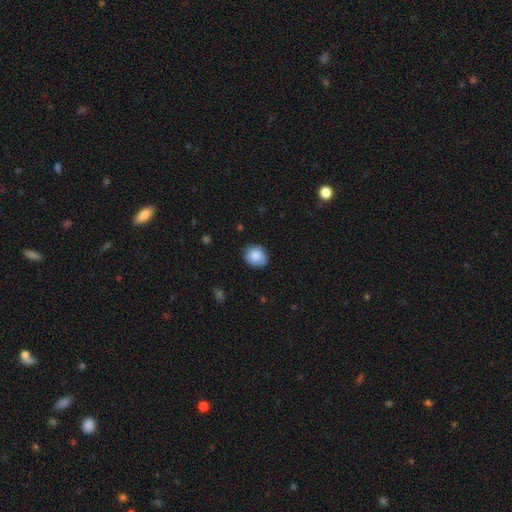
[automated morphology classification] The model was most divided on "how rounded": round: 71%, in between: 28%, cigar-shaped: 1%. More confident: smooth or featured — smooth (86%); merging — none (82%).